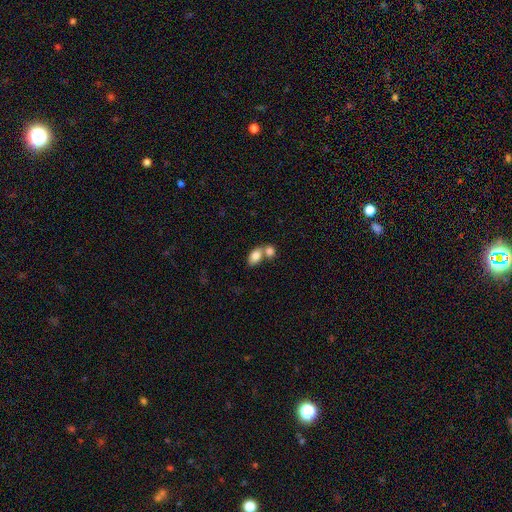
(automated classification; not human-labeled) Overall: smooth (82%). How rounded: in between (86%). Merging: merger (54%; none 35%).